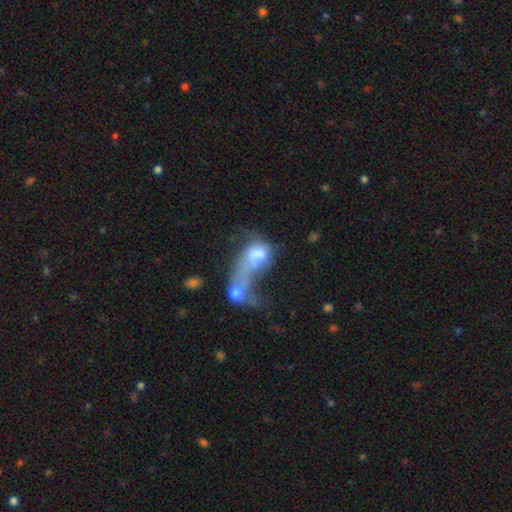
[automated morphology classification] A smooth galaxy with no disk features (49%). Merging: merger (53%).